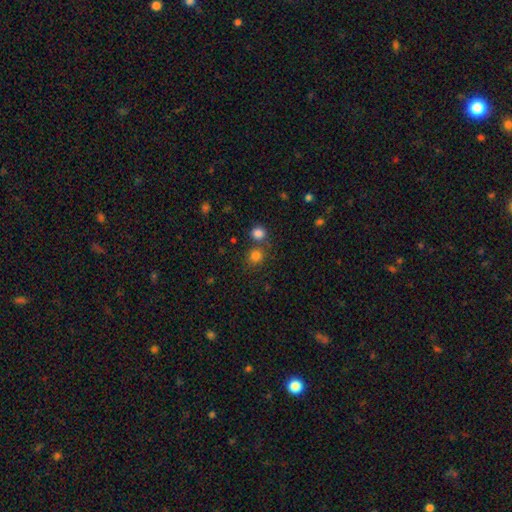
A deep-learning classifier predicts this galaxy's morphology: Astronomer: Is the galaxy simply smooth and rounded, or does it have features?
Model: smooth — 81%.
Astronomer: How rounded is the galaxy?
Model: round — 84%.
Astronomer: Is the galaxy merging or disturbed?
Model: none — 68%.